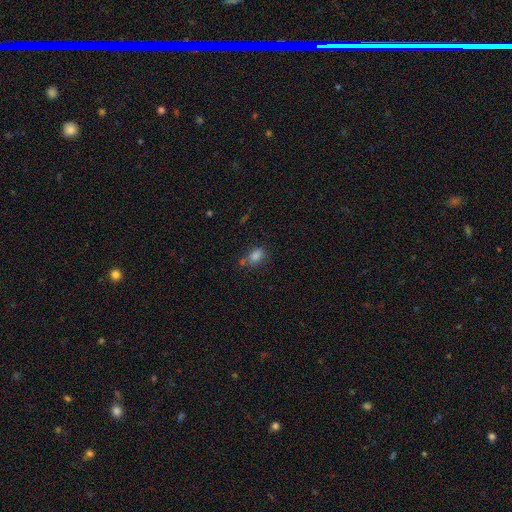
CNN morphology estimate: type=smooth (81%); roundness=in between (78%); merging=none (63%).